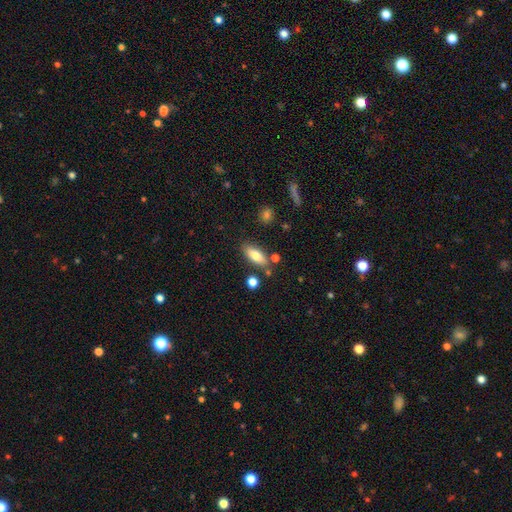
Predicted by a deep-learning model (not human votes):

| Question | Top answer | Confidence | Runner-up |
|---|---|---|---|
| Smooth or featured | smooth | 74% | featured or disk (18%) |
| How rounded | in between | 75% | cigar-shaped (22%) |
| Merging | none | 78% | minor disturbance (13%) |